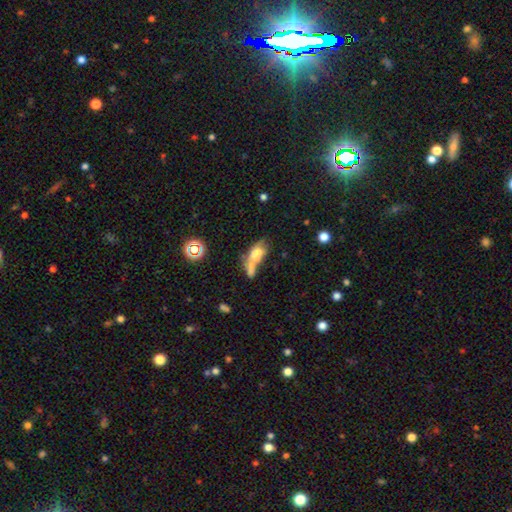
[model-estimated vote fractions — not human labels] Smooth or featured? smooth (51%)
How rounded? in between (72%)
Merging? merger (55%)